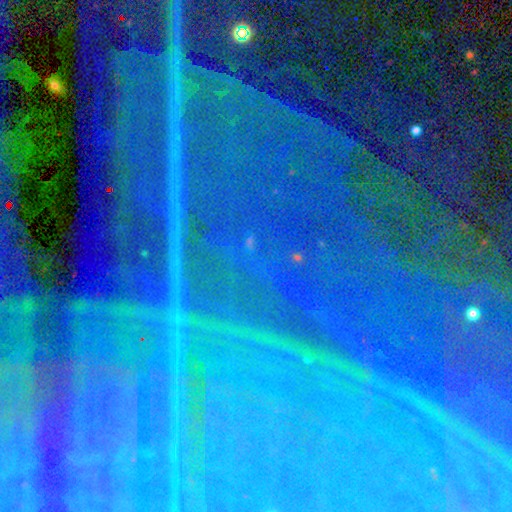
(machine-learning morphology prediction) smooth-or-featured: star or artifact: 88% | featured or disk: 7% | smooth: 5%